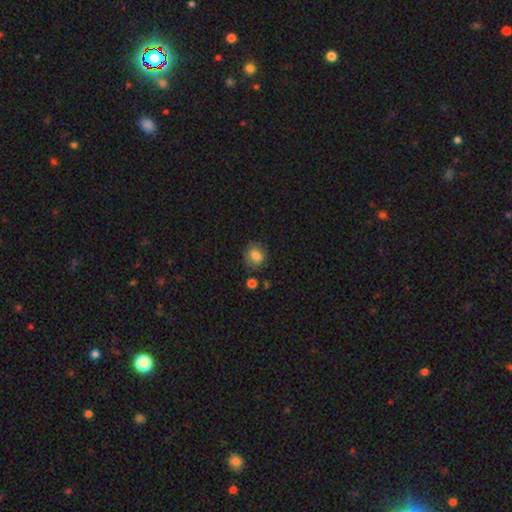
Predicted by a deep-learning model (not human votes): Smooth or featured? smooth (82%)
How rounded? round (63%)
Merging? none (74%)